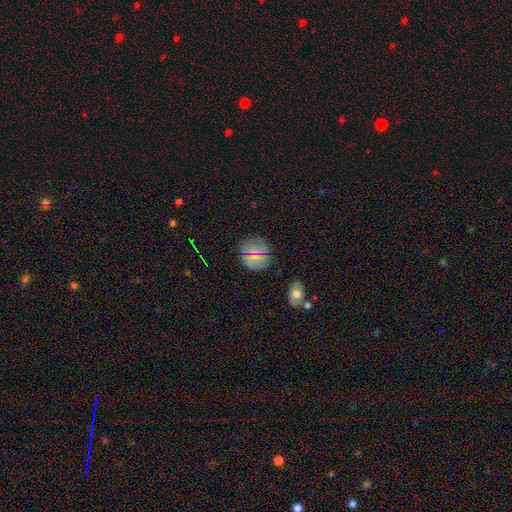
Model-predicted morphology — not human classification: smooth-or-featured: smooth: 50% | featured or disk: 29% | star or artifact: 22%
  merging: none: 72% | minor disturbance: 16% | major disturbance: 7% | merger: 4%